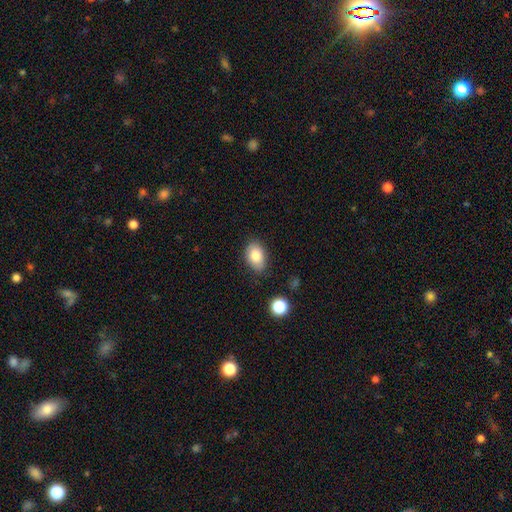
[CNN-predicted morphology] smooth-or-featured: smooth: 83% | featured or disk: 8% | star or artifact: 8%
  how-rounded: in between: 85% | round: 14% | cigar-shaped: 1%
  merging: none: 81% | minor disturbance: 14% | major disturbance: 3% | merger: 2%